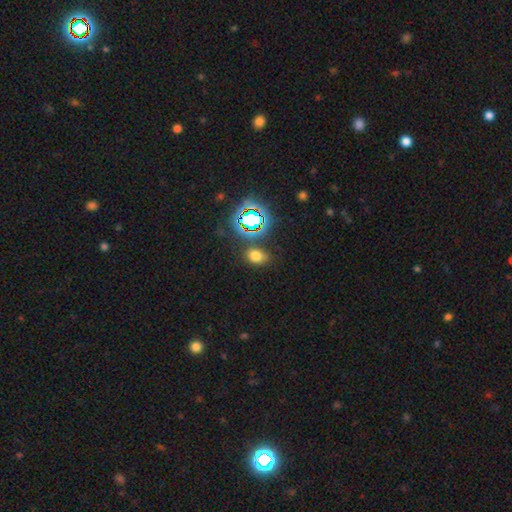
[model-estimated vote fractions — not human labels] The model was most divided on "smooth or featured": smooth: 64%, star or artifact: 28%, featured or disk: 8%. More confident: merging — none (78%); how rounded — in between (68%).